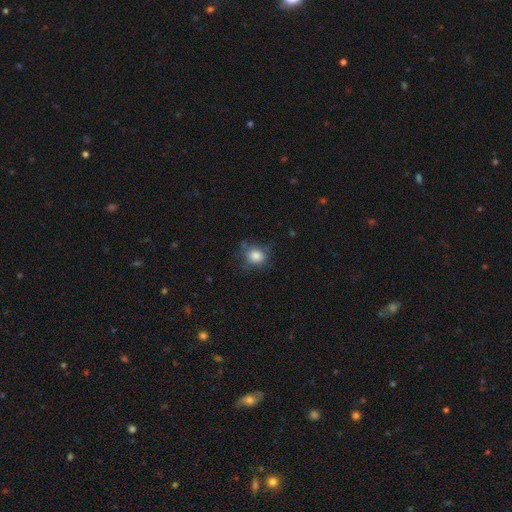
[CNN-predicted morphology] Smooth or featured? smooth (82%)
How rounded? round (73%)
Merging? none (64%)